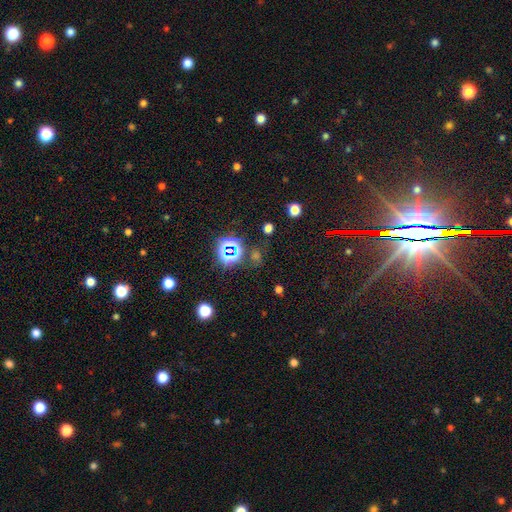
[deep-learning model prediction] Smooth or featured: star or artifact — 67% (smooth — 24%)